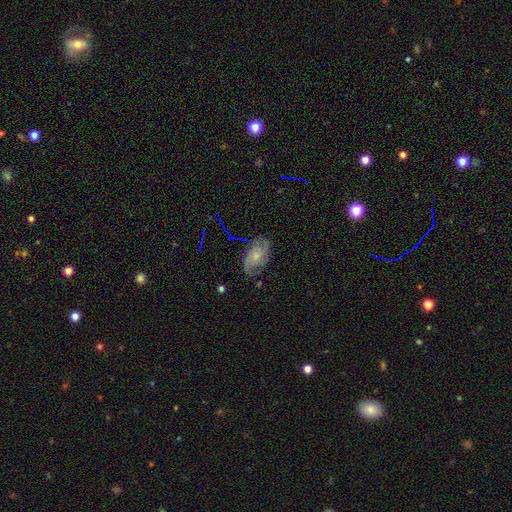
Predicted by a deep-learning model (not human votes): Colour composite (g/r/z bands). It shows a featured or disk galaxy (69%) with no bar (71%), 2 (57%) medium (41%) spiral arms (91%) and a small central bulge (59%). Merging: none (71%).